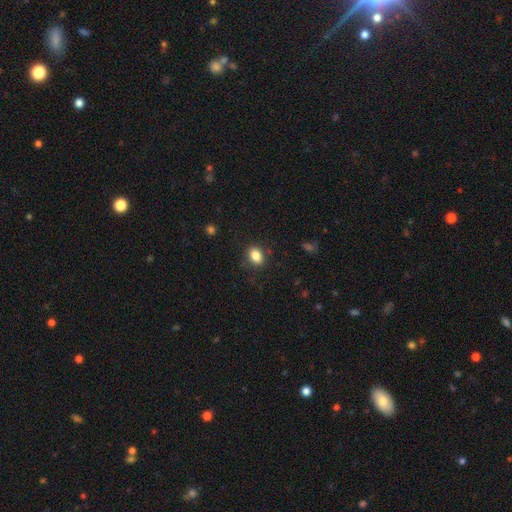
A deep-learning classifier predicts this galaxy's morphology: Smooth or featured? Predicted: smooth (p=0.85). How rounded? Predicted: in between (p=0.73). Merging? Predicted: none (p=0.84).